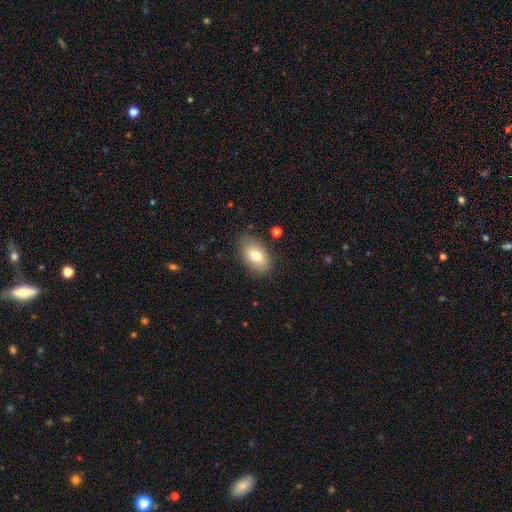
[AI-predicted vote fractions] Q: Smooth or featured?
A: smooth (75%); runner-up: featured or disk (18%)
Q: How rounded?
A: in between (90%); runner-up: round (8%)
Q: Merging?
A: none (82%); runner-up: minor disturbance (13%)